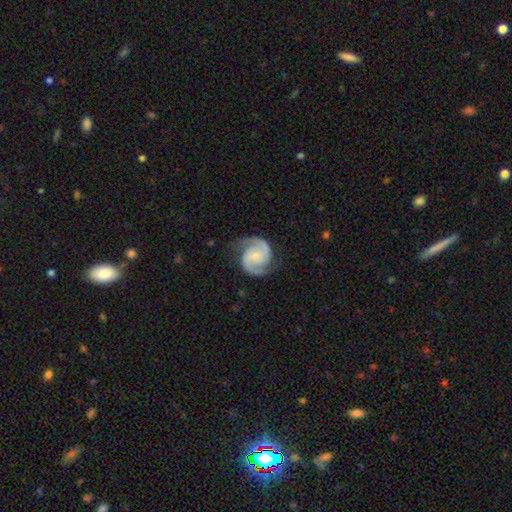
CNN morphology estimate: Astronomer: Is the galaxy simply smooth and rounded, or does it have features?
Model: featured or disk — 91%.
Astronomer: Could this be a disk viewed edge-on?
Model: no — 98%.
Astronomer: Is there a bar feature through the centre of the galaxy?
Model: no — 51% (runner-up: weak, 38%).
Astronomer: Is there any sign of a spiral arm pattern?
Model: yes — 98%.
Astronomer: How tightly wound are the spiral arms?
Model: medium — 56% (runner-up: tight, 33%).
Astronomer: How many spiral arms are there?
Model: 2 — 94%.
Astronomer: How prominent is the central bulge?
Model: small — 56%.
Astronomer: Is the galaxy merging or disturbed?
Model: none — 79%.